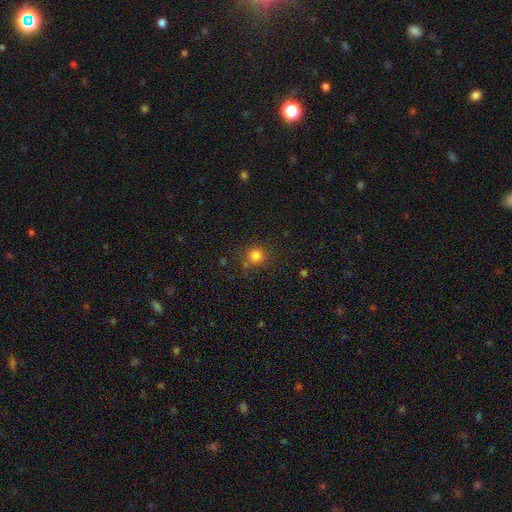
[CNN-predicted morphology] smooth 80%, star or artifact 14%, featured or disk 5%. Down the decision tree: how rounded — round (90%); merging — none (78%).